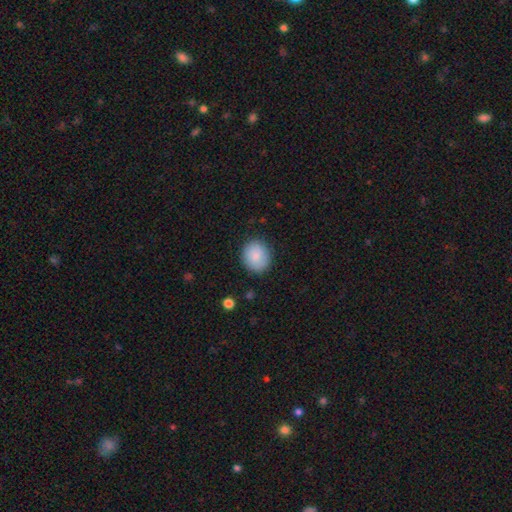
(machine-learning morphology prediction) The model was most divided on "how rounded": round: 71%, in between: 28%, cigar-shaped: 1%. More confident: smooth or featured — smooth (86%); merging — none (86%).